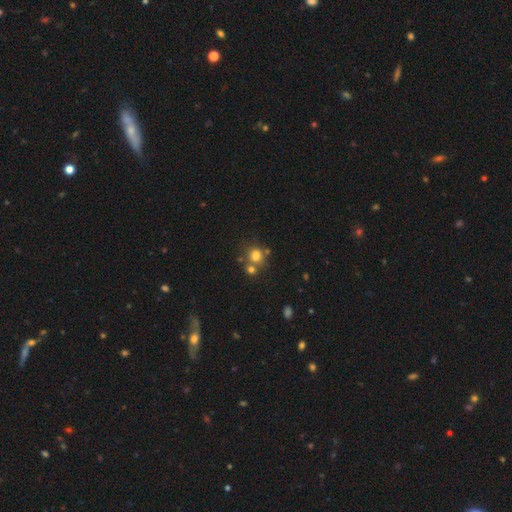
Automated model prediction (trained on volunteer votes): A smooth galaxy with no disk features (76%) that is round (78%).

Vote fractions:
- Smooth or featured? smooth: 76% / star or artifact: 14% / featured or disk: 9%
- How rounded? round: 78% / in between: 21% / cigar-shaped: 1%
- Merging? none: 55% / merger: 30% / minor disturbance: 11% / major disturbance: 5%